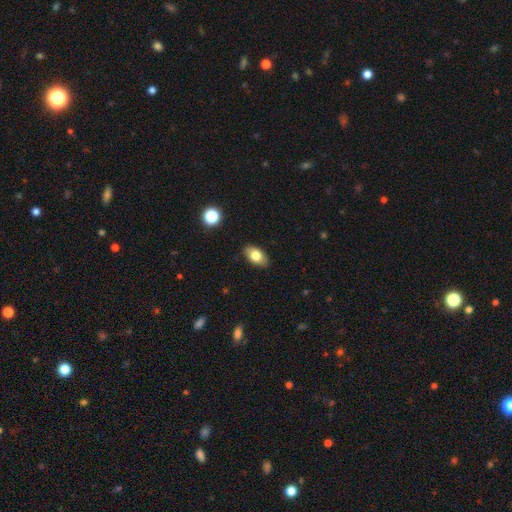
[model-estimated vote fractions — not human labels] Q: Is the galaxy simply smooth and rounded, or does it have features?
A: smooth — 78%.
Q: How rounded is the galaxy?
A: in between — 91%.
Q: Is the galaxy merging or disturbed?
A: none — 87%.